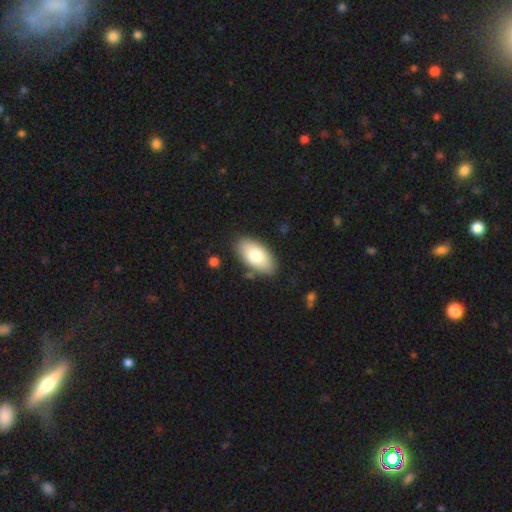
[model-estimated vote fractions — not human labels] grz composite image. It shows a smooth galaxy with no disk features (78%) that is in between round and cigar-shaped (94%). Merging: none (84%).